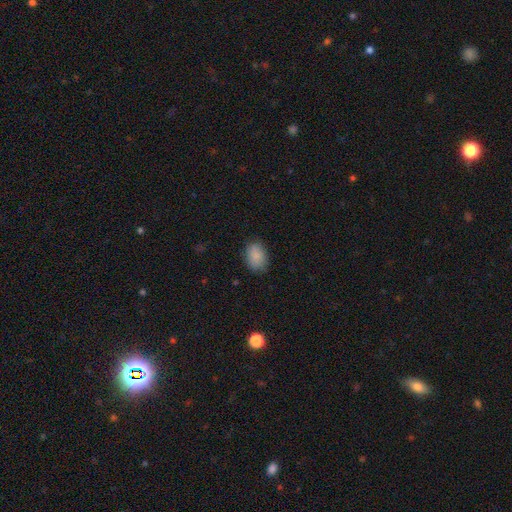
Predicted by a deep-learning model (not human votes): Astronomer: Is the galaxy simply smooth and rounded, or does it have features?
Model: smooth — 87%.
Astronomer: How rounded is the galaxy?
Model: in between — 81%.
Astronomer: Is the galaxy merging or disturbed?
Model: none — 80%.